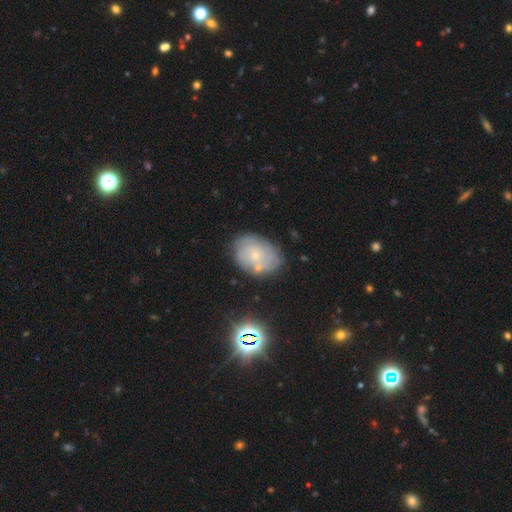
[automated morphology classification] Smooth or featured: featured or disk — 49% (smooth — 39%)
Merging: none — 69% (minor disturbance — 19%)